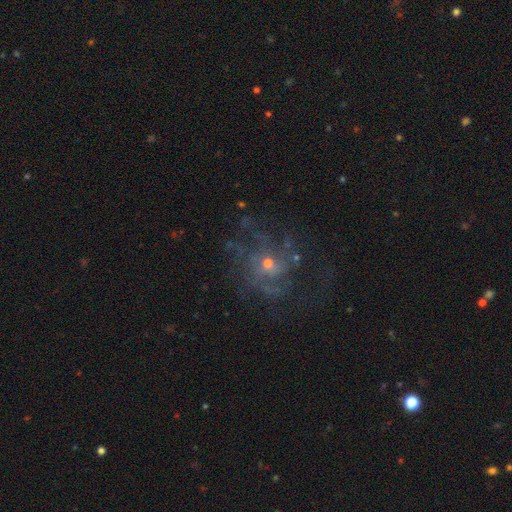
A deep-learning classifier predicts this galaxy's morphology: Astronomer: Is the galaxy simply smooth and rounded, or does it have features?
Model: featured or disk — 69%.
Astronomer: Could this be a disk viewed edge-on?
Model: no — 97%.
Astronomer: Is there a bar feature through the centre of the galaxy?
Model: no — 78%.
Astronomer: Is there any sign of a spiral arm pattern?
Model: yes — 85%.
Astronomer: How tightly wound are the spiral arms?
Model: medium — 43% (runner-up: tight, 35%).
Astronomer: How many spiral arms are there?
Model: can't tell — 39% (runner-up: 3, 17%).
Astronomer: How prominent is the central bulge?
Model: small — 58% (runner-up: moderate, 36%).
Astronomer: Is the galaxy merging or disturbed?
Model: none — 66%.